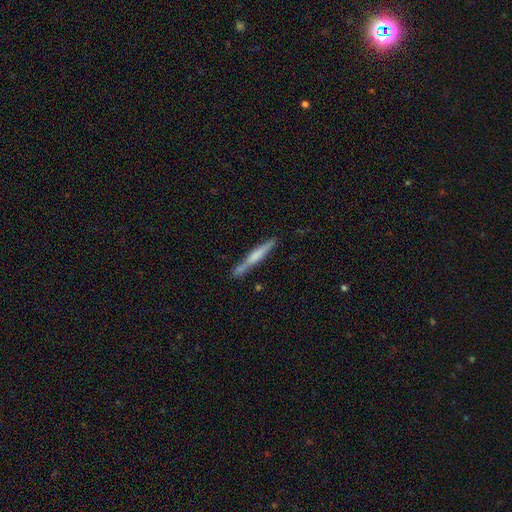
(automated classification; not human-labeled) A smooth galaxy with no disk features (48%). Merging: none (77%).